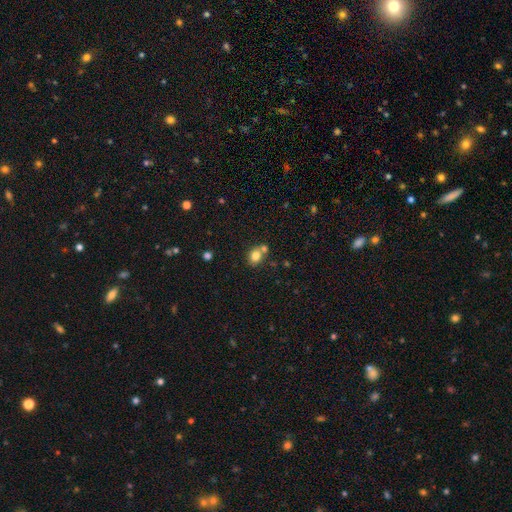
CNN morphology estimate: type=smooth (80%); roundness=round (58%); merging=none (54%).